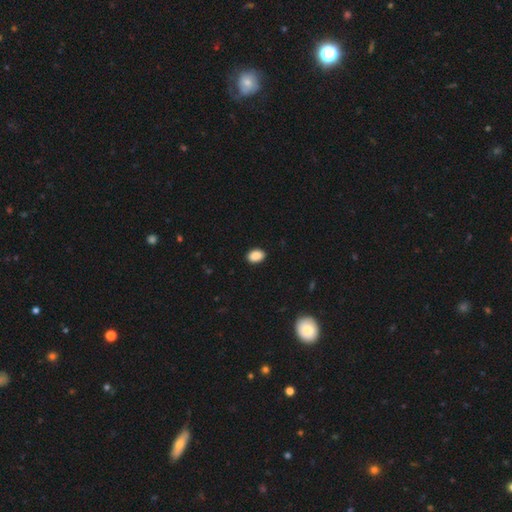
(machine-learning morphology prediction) smooth-or-featured: smooth: 89% | star or artifact: 8% | featured or disk: 3%
  how-rounded: in between: 77% | round: 22% | cigar-shaped: 1%
  merging: none: 90% | minor disturbance: 7% | major disturbance: 2% | merger: 1%